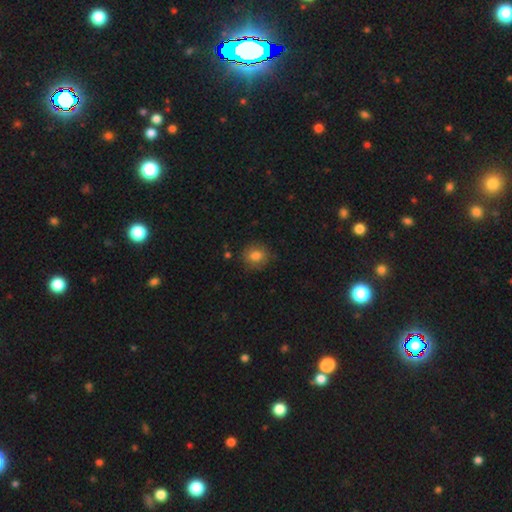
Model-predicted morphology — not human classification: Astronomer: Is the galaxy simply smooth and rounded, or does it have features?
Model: smooth — 81%.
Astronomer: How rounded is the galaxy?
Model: round — 77%.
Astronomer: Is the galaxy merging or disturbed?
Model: none — 84%.